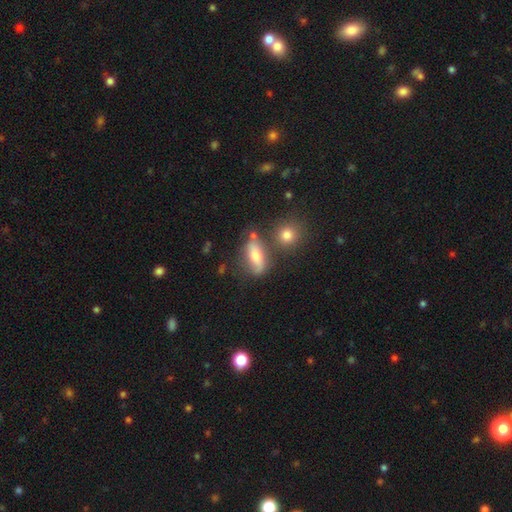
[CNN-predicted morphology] type=smooth (60%); roundness=in between (68%); merging=none (58%).